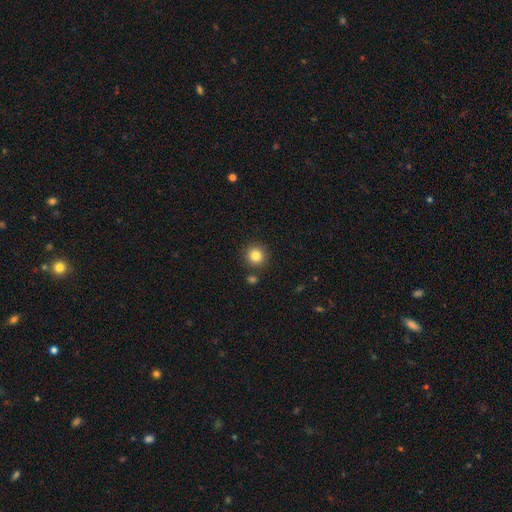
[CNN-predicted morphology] A smooth galaxy with no disk features (84%) that is round (93%). Merging: none (86%).